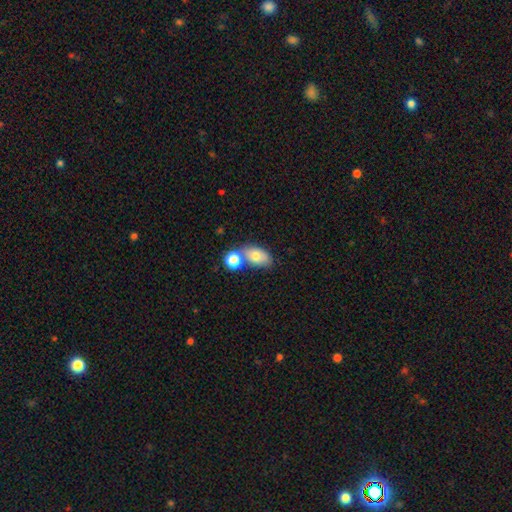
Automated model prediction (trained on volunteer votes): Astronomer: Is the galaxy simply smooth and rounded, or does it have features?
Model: smooth — 74%.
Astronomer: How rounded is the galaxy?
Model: in between — 86%.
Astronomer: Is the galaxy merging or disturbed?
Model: none — 48% (runner-up: merger, 34%).